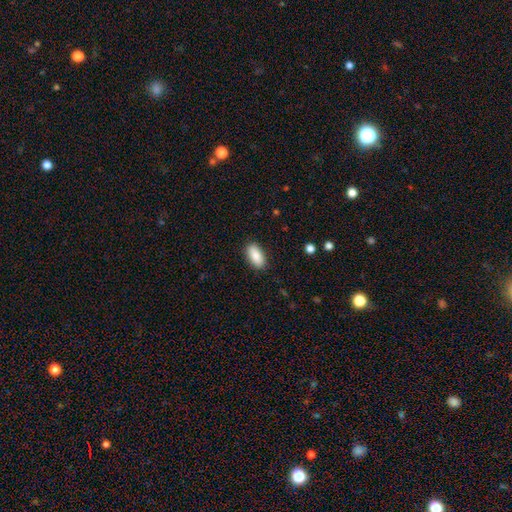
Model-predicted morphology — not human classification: smooth 87%, star or artifact 6%, featured or disk 6%. Down the decision tree: how rounded — in between (90%); merging — none (88%).